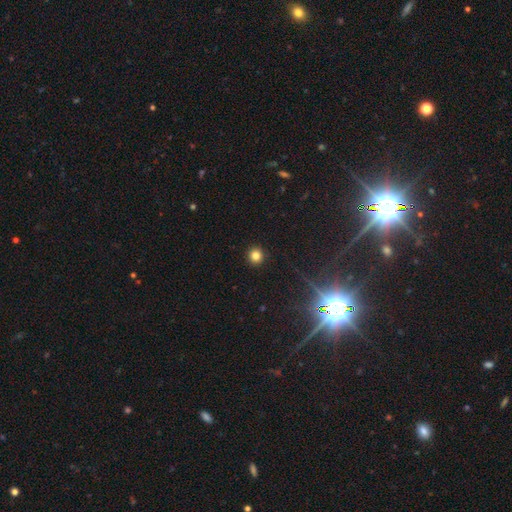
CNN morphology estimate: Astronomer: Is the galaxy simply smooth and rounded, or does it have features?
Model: smooth — 80%.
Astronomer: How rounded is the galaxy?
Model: round — 94%.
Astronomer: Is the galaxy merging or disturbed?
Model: none — 93%.